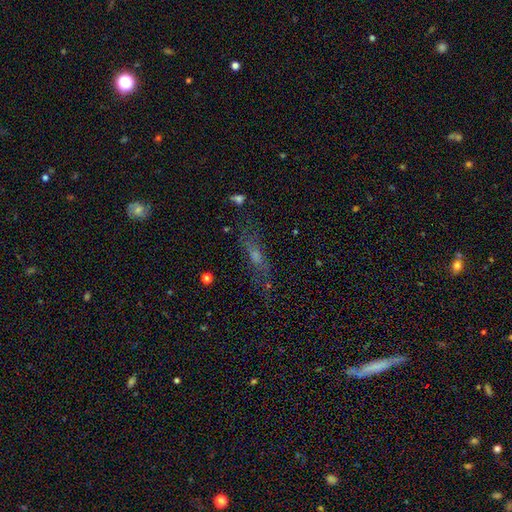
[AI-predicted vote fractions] featured or disk 41%, smooth 39%, star or artifact 20%. Down the decision tree: merging — none (64%).